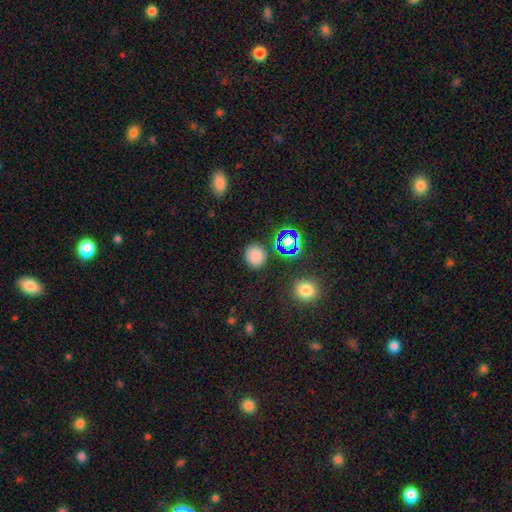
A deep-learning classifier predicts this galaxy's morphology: Smooth or featured: smooth — 77% (star or artifact — 18%)
How rounded: round — 85% (in between — 14%)
Merging: none — 86% (minor disturbance — 8%)